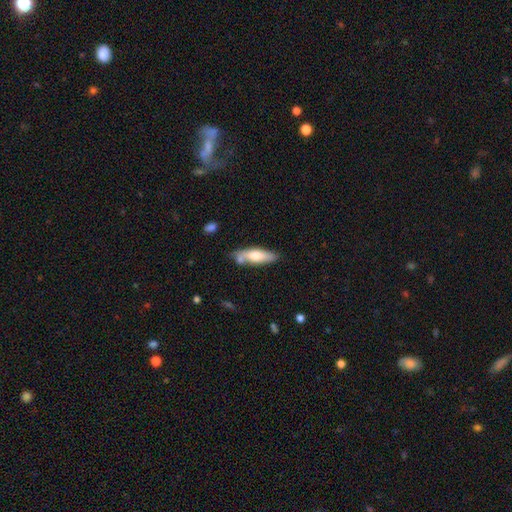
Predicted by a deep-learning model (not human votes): Morphology: type=smooth (64%); roundness=cigar-shaped (51%); merging=none (64%).